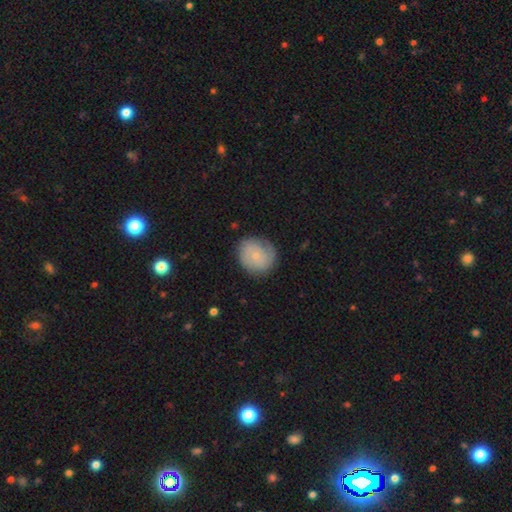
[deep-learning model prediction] A smooth galaxy with no disk features (60%) that is round (78%). Merging: none (75%).